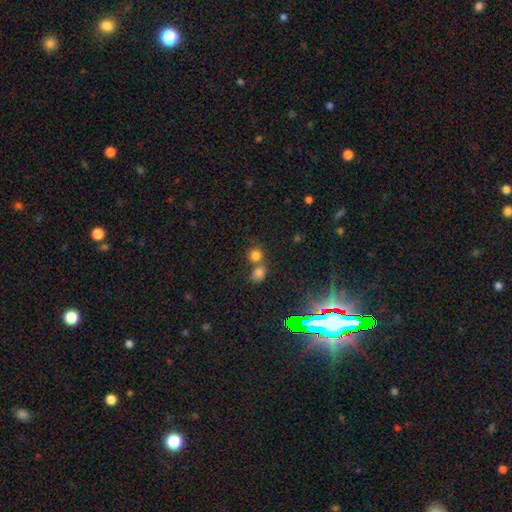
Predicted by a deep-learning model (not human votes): smooth_or_featured: smooth (p=0.76) [alt: star or artifact p=0.16]
how_rounded: round (p=0.81) [alt: in between p=0.18]
merging: none (p=0.45) [alt: merger p=0.44]